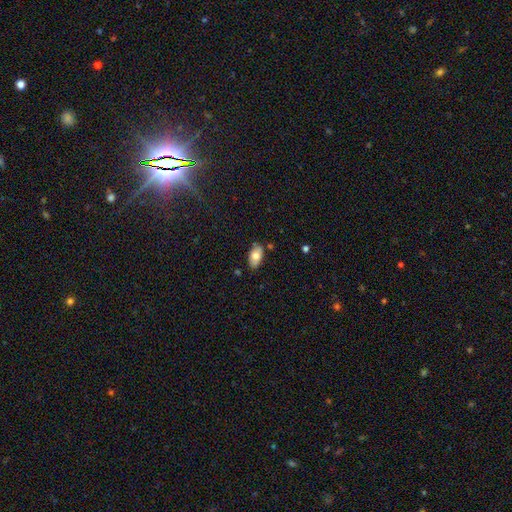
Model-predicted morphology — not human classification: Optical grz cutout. It shows a smooth galaxy with no disk features (73%) that is in between round and cigar-shaped (93%). Merging: none (79%).